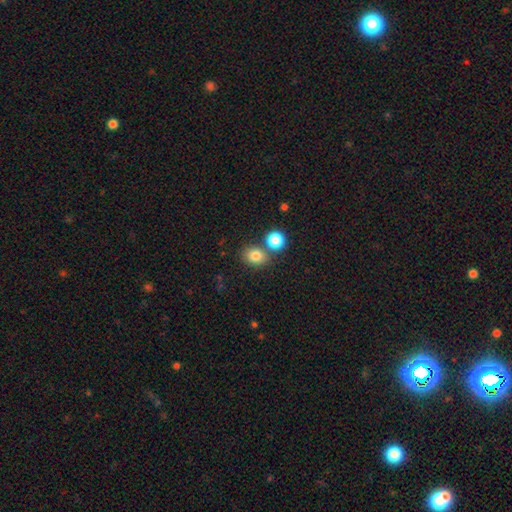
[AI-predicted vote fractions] Smooth or featured: smooth — 81% (star or artifact — 12%)
How rounded: round — 64% (in between — 35%)
Merging: none — 65% (merger — 23%)